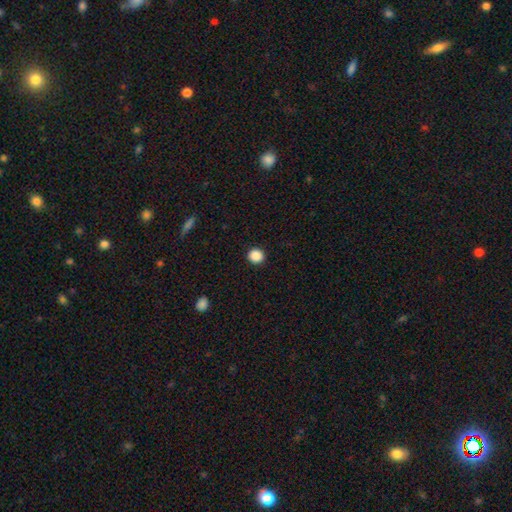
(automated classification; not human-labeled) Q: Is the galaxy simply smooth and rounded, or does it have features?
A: smooth — 88%.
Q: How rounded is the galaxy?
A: round — 89%.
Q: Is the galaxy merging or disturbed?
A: none — 92%.